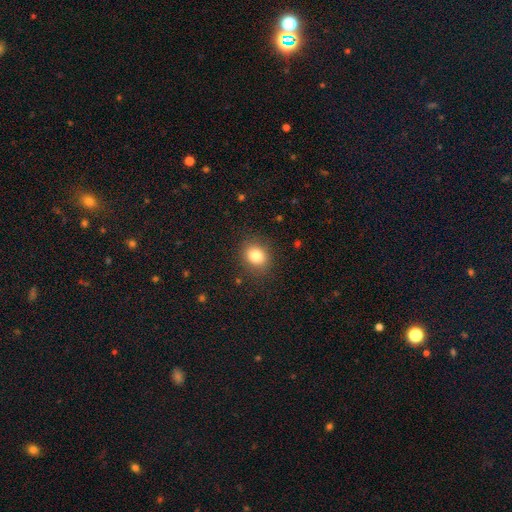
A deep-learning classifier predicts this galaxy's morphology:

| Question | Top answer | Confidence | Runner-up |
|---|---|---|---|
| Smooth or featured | smooth | 81% | star or artifact (11%) |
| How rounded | round | 67% | in between (32%) |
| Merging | none | 87% | minor disturbance (9%) |